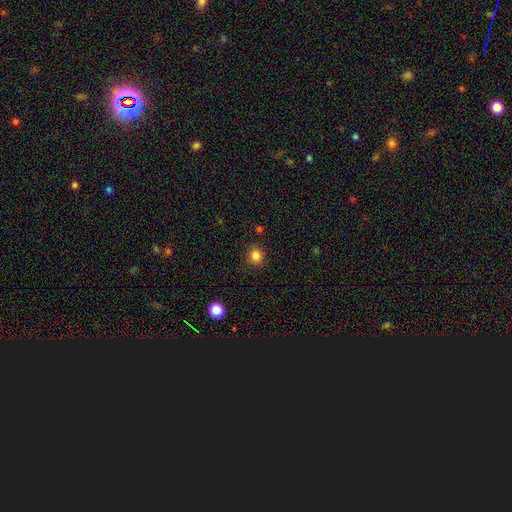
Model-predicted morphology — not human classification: Overall: smooth (84%). How rounded: round (84%). Merging: none (88%).